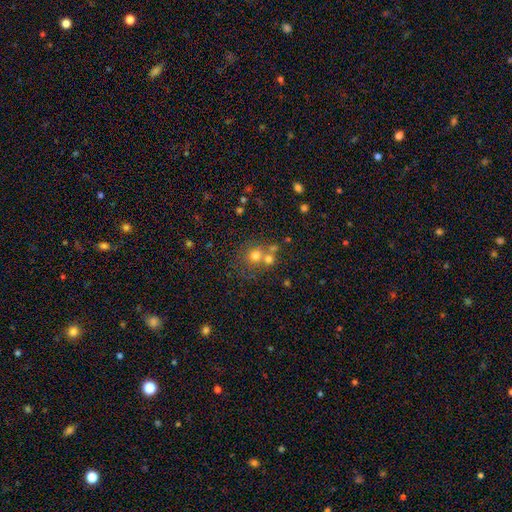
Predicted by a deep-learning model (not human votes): Smooth or featured? smooth (67%)
How rounded? round (86%)
Merging? none (52%)